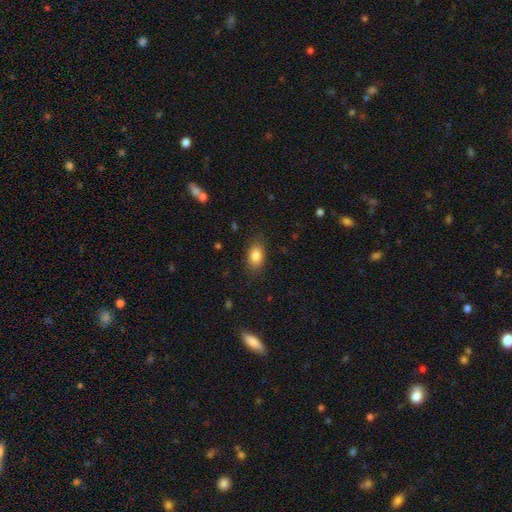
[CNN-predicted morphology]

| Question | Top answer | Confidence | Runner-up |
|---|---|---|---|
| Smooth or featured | smooth | 85% | star or artifact (9%) |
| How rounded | in between | 85% | round (13%) |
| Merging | none | 83% | minor disturbance (13%) |